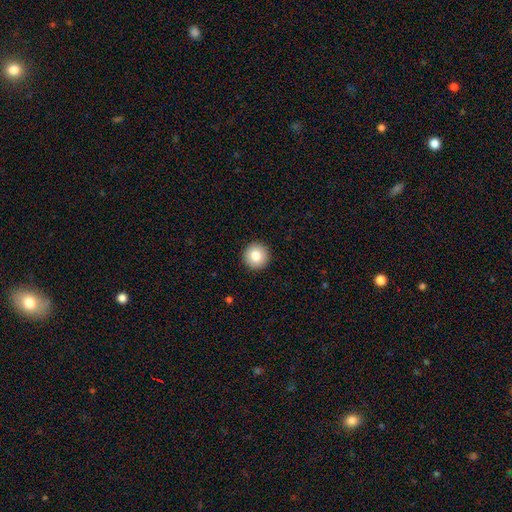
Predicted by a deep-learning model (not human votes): This is clearly a smooth galaxy (83%). How rounded: clearly round (96%). Merging: clearly none (93%).